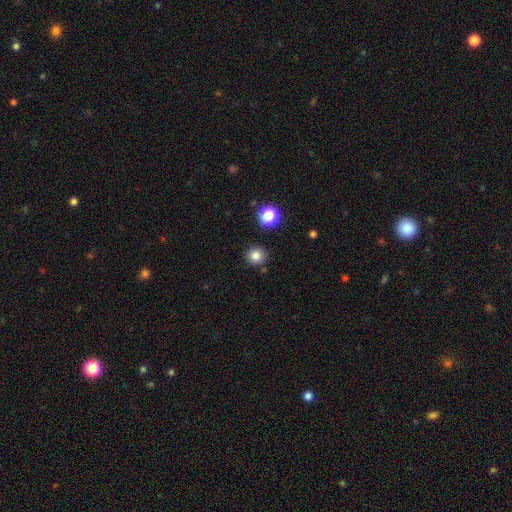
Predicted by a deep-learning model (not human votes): Smooth or featured?
  - smooth: 81% *
  - star or artifact: 14%
  - featured or disk: 6%
How rounded?
  - round: 94% *
  - in between: 5%
  - cigar-shaped: 1%
Merging?
  - none: 88% *
  - minor disturbance: 6%
  - merger: 4%
  - major disturbance: 2%